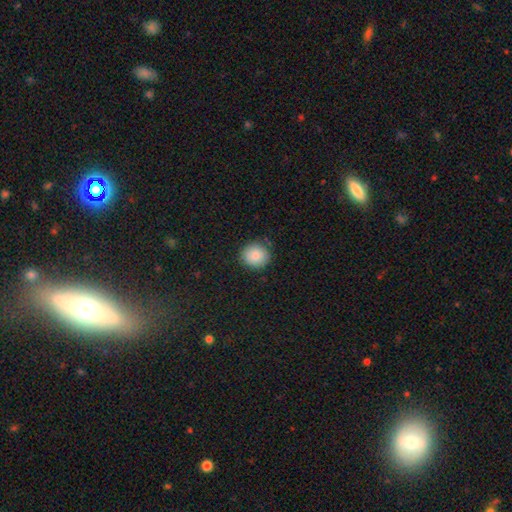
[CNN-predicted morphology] Smooth or featured? Predicted: smooth (p=0.85). How rounded? Predicted: round (p=0.89). Merging? Predicted: none (p=0.87).